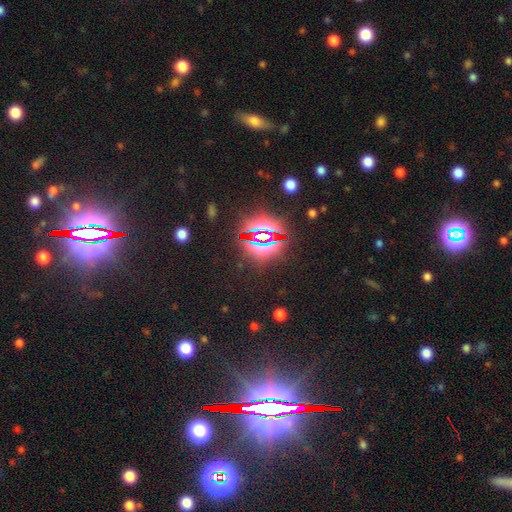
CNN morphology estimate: Smooth or featured? Predicted: star or artifact (p=0.85).